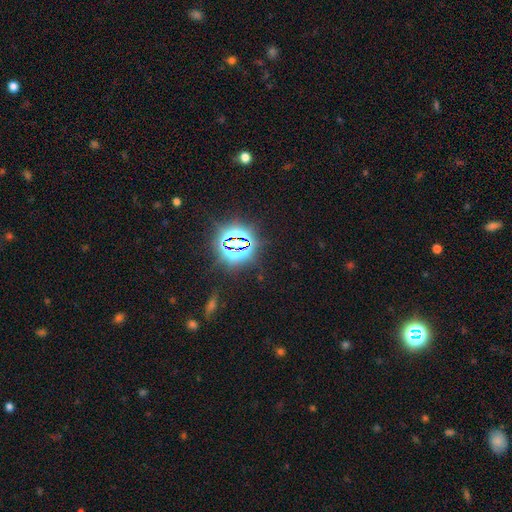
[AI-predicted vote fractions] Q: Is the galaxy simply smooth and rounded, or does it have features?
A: star or artifact — 79%.